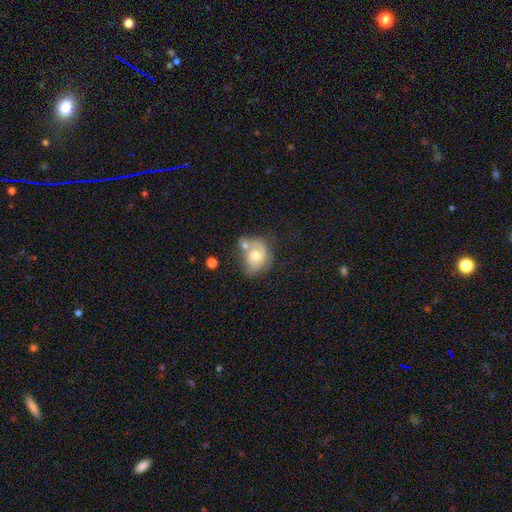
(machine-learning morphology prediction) A smooth galaxy with no disk features (54%) that is round (51%).

Vote fractions:
- Smooth or featured? smooth: 54% / featured or disk: 39% / star or artifact: 7%
- How rounded? round: 51% / in between: 48% / cigar-shaped: 1%
- Merging? merger: 38% / none: 32% / minor disturbance: 20% / major disturbance: 11%